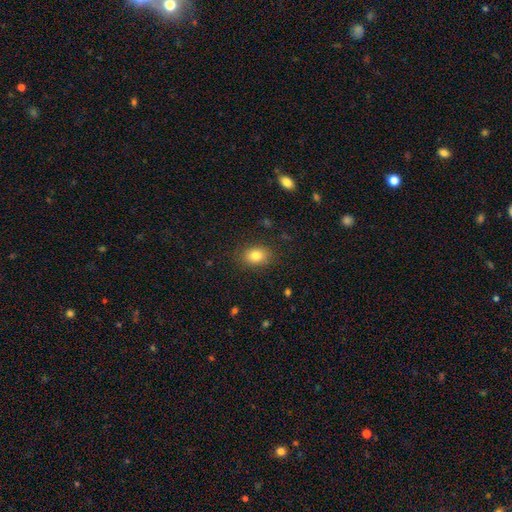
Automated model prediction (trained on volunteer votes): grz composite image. It shows a smooth galaxy with no disk features (81%) that is in between round and cigar-shaped (64%). Merging: none (84%).